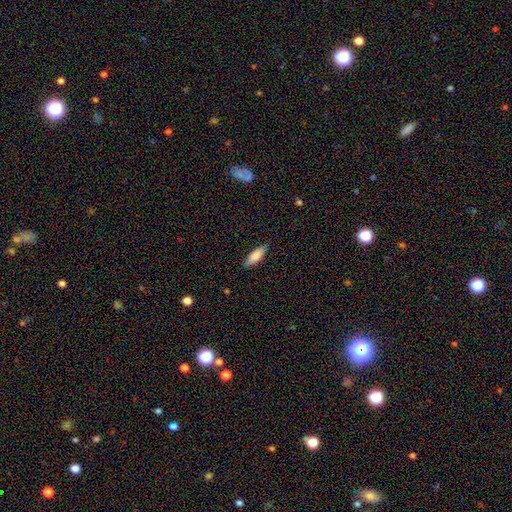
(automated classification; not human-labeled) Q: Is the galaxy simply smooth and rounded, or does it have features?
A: smooth — 83%.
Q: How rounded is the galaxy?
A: in between — 58%.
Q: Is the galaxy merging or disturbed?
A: none — 87%.